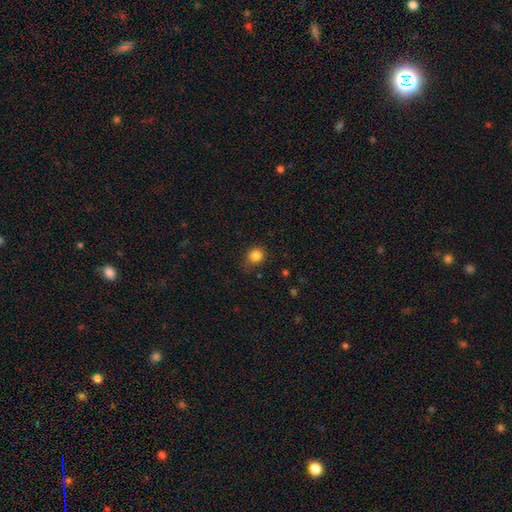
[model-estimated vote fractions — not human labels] Smooth or featured?
  - smooth: 84% *
  - star or artifact: 11%
  - featured or disk: 5%
How rounded?
  - round: 83% *
  - in between: 16%
  - cigar-shaped: 1%
Merging?
  - none: 74% *
  - minor disturbance: 20%
  - major disturbance: 5%
  - merger: 2%